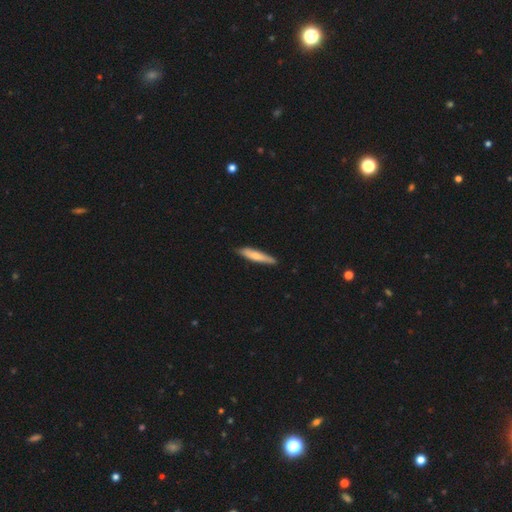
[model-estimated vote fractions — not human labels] A smooth galaxy with no disk features (67%) that is cigar-shaped (87%). Merging: none (83%).